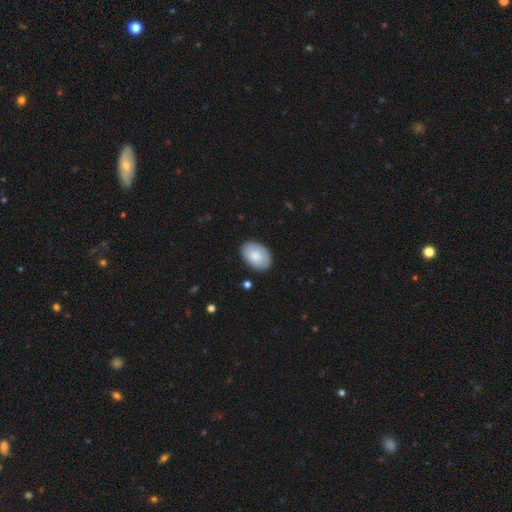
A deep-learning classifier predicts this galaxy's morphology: Smooth or featured?
  - smooth: 83% *
  - featured or disk: 11%
  - star or artifact: 5%
How rounded?
  - in between: 89% *
  - round: 10%
  - cigar-shaped: 1%
Merging?
  - none: 85% *
  - minor disturbance: 11%
  - major disturbance: 2%
  - merger: 1%